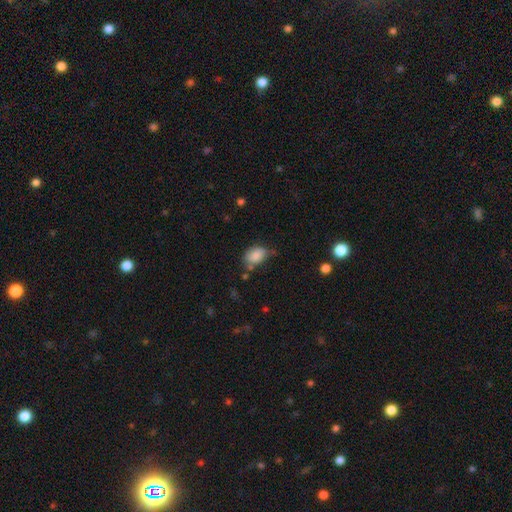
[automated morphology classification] smooth_or_featured: smooth (p=0.83) [alt: featured or disk p=0.09]
how_rounded: in between (p=0.82) [alt: round p=0.17]
merging: none (p=0.47) [alt: minor disturbance p=0.37]